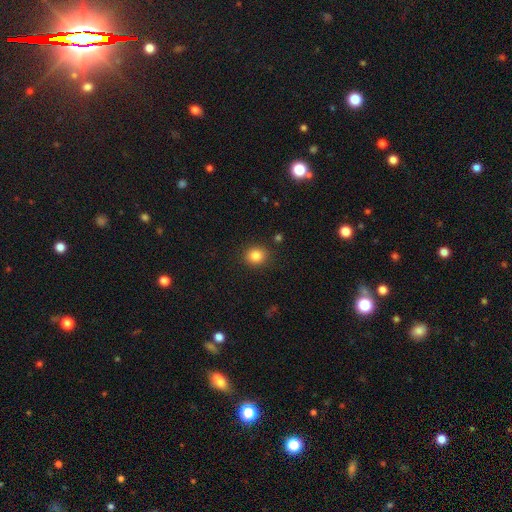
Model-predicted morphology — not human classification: Smooth or featured? smooth (85%)
How rounded? round (81%)
Merging? none (88%)